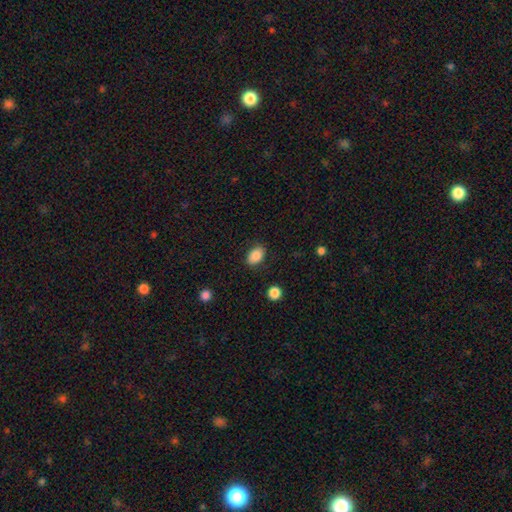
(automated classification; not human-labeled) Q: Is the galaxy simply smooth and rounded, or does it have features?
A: smooth — 85%.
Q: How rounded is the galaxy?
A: in between — 84%.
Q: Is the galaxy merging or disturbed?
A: none — 83%.